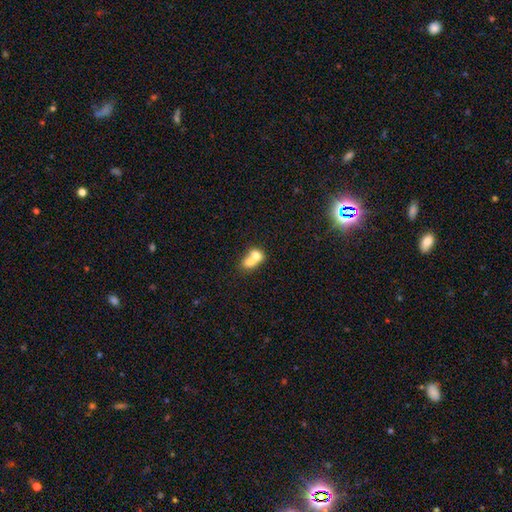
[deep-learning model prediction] Smooth or featured: smooth — 71% (featured or disk — 21%)
How rounded: in between — 56% (round — 42%)
Merging: merger — 76% (none — 16%)